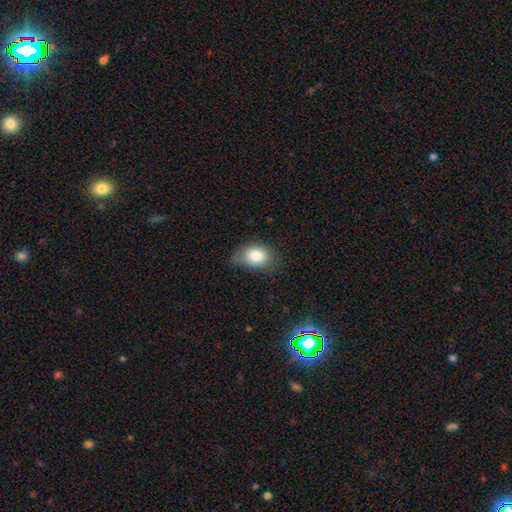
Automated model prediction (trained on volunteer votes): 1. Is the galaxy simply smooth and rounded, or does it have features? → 84% smooth, 8% star or artifact, 8% featured or disk.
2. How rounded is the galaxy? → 78% in between, 20% round, 1% cigar-shaped.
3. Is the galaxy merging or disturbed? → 56% none, 33% minor disturbance, 9% major disturbance, 2% merger.